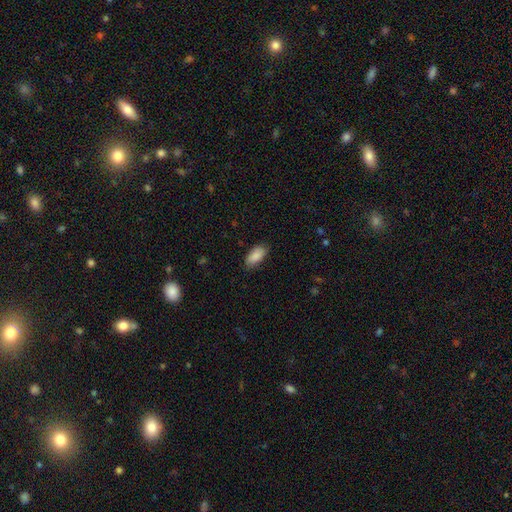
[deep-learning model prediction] Morphology: type=smooth (89%); roundness=in between (91%); merging=none (82%).